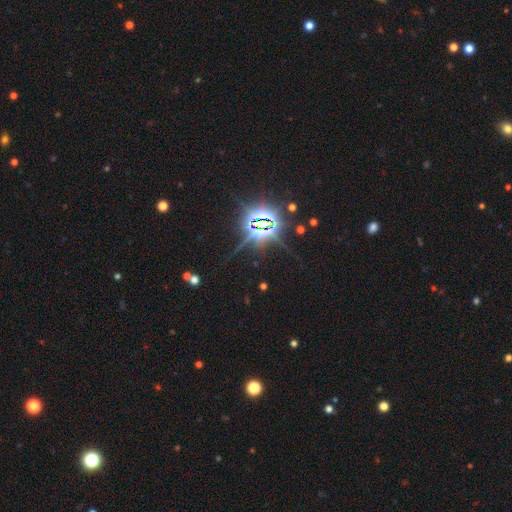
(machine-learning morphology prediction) smooth-or-featured: star or artifact: 86% | smooth: 8% | featured or disk: 7%